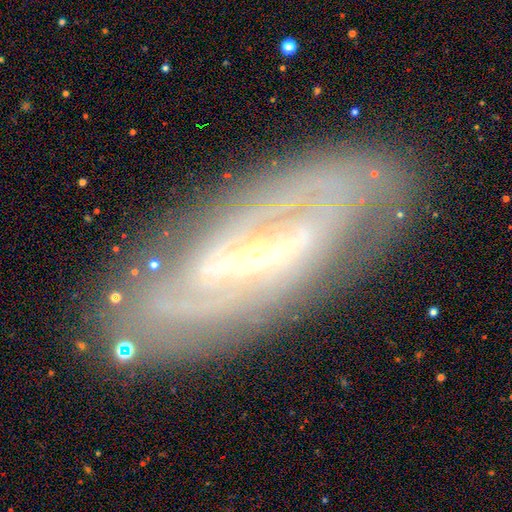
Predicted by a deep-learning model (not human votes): Q: Smooth or featured?
A: featured or disk (81%); runner-up: smooth (11%)
Q: Edge-on disk?
A: no (83%); runner-up: yes (17%)
Q: Bar?
A: strong (50%); runner-up: weak (32%)
Q: Spiral arms?
A: yes (80%); runner-up: no (20%)
Q: Spiral winding?
A: tight (63%); runner-up: medium (26%)
Q: Spiral arm count?
A: can't tell (46%); runner-up: 2 (34%)
Q: Bulge size?
A: small (74%); runner-up: moderate (21%)
Q: Merging?
A: none (82%); runner-up: minor disturbance (13%)